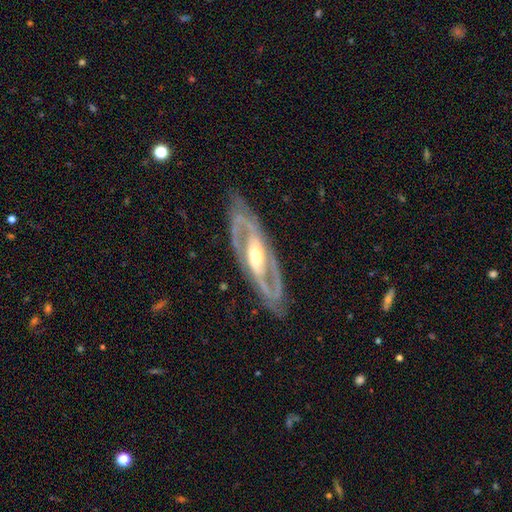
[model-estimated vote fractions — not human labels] Smooth or featured?
  - featured or disk: 90% *
  - smooth: 6%
  - star or artifact: 4%
Edge-on disk?
  - no: 90% *
  - yes: 10%
Bar?
  - strong: 38% *
  - no: 32%
  - weak: 30%
Spiral arms?
  - yes: 92% *
  - no: 8%
Spiral winding?
  - medium: 48% *
  - tight: 38%
  - loose: 14%
Spiral arm count?
  - 2: 90% *
  - can't tell: 5%
  - 1: 2%
  - 3: 2%
  - 4: 1%
  - more than 4: 1%
Bulge size?
  - moderate: 62% *
  - small: 29%
  - large: 7%
  - dominant: 1%
  - none: 1%
Merging?
  - none: 82% *
  - minor disturbance: 12%
  - major disturbance: 4%
  - merger: 1%